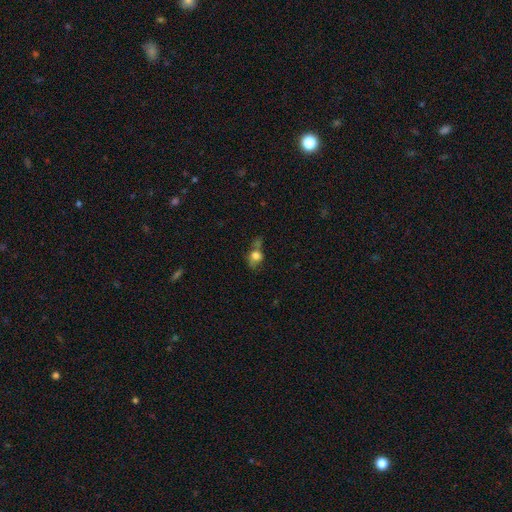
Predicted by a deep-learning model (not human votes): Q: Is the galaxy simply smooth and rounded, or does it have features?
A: smooth — 69%.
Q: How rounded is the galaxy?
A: round — 56%.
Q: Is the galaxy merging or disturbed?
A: none — 37%.